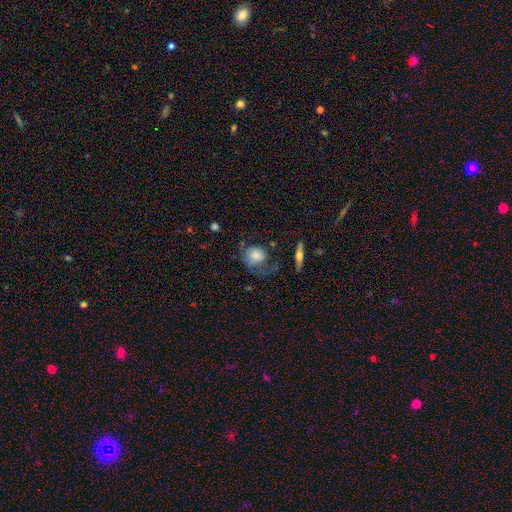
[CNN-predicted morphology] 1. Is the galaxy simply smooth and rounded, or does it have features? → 63% smooth, 29% featured or disk, 8% star or artifact.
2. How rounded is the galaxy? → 65% round, 33% in between, 2% cigar-shaped.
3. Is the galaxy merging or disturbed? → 37% none, 33% major disturbance, 26% minor disturbance, 4% merger.